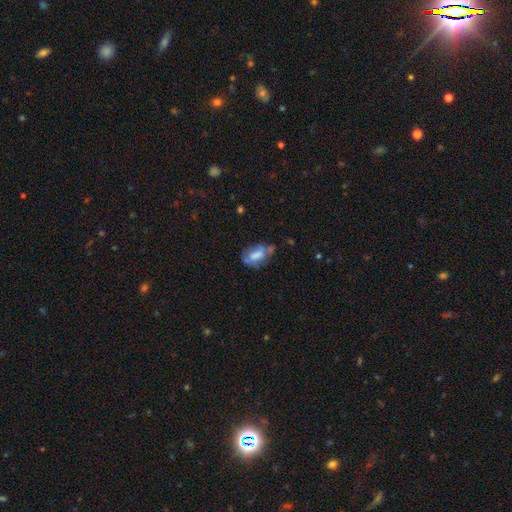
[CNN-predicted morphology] smooth_or_featured: smooth (p=0.56) [alt: featured or disk p=0.35]
how_rounded: in between (p=0.88) [alt: round p=0.07]
merging: none (p=0.39) [alt: minor disturbance p=0.32]